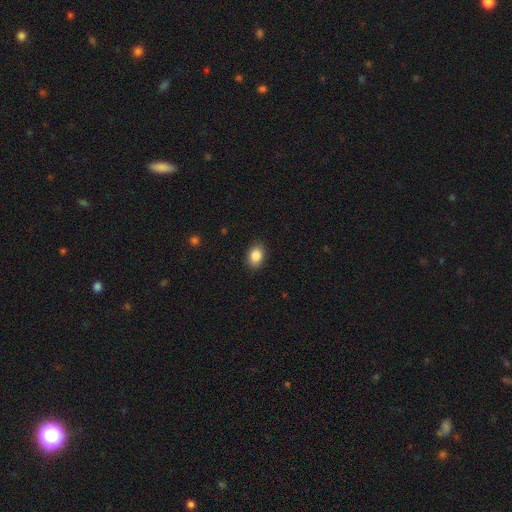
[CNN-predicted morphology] A smooth galaxy with no disk features (86%) that is in between round and cigar-shaped (75%).

Vote fractions:
- Smooth or featured? smooth: 86% / star or artifact: 8% / featured or disk: 6%
- How rounded? in between: 75% / round: 24% / cigar-shaped: 1%
- Merging? none: 88% / minor disturbance: 9% / major disturbance: 2% / merger: 1%